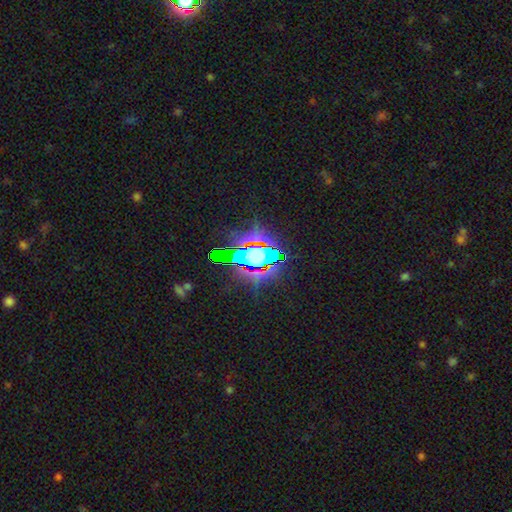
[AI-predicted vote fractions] This appears to be a star or artifact, not a galaxy (65%).